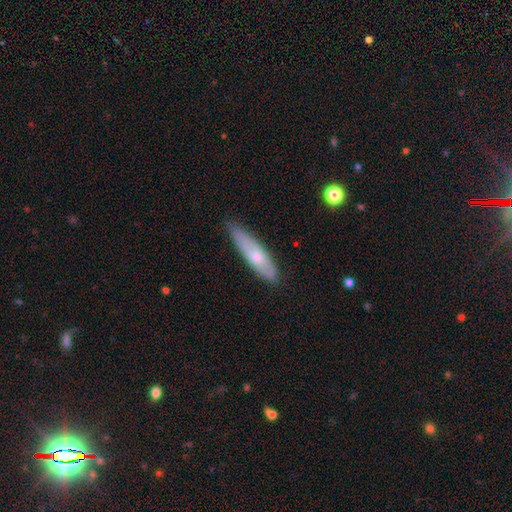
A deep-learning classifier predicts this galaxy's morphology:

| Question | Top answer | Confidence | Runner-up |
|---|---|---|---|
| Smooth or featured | smooth | 59% | featured or disk (35%) |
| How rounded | cigar-shaped | 71% | in between (27%) |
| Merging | none | 74% | minor disturbance (21%) |